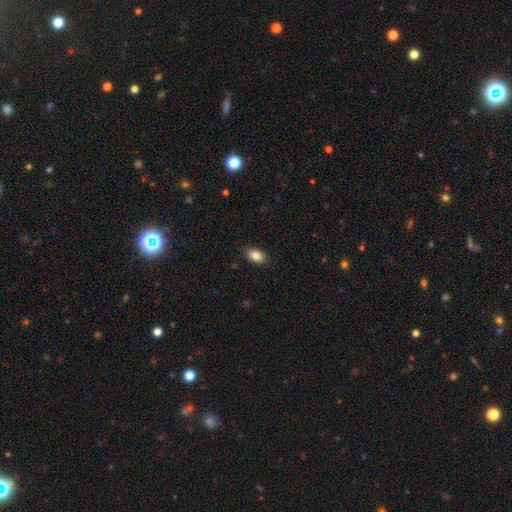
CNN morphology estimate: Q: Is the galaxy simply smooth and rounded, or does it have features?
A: smooth — 86%.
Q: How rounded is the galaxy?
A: in between — 89%.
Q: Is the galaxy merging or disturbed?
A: none — 87%.